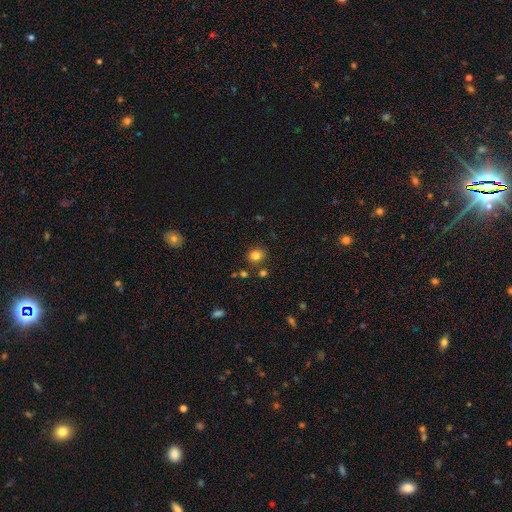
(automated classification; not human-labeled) Q: Smooth or featured?
A: smooth (81%); runner-up: star or artifact (13%)
Q: How rounded?
A: round (74%); runner-up: in between (25%)
Q: Merging?
A: none (81%); runner-up: minor disturbance (10%)